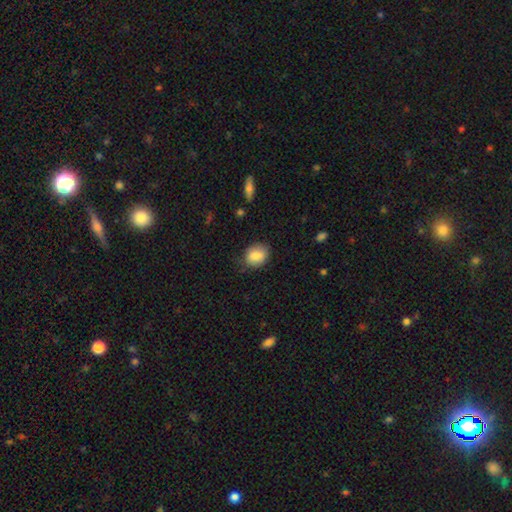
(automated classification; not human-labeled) Smooth or featured: smooth — 86% (star or artifact — 8%)
How rounded: in between — 58% (round — 41%)
Merging: none — 73% (minor disturbance — 21%)